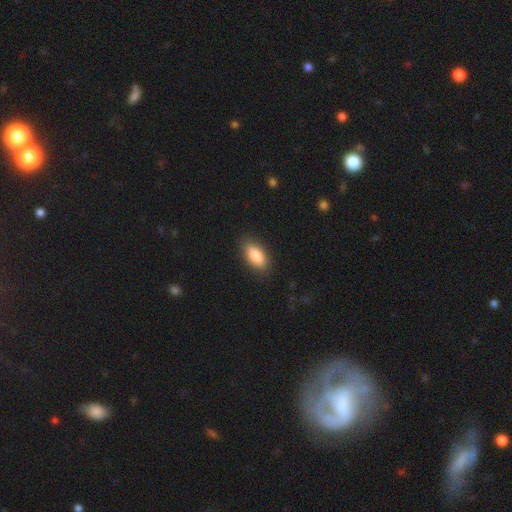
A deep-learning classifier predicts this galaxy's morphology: Smooth or featured? Predicted: smooth (p=0.86). How rounded? Predicted: in between (p=0.89). Merging? Predicted: none (p=0.86).